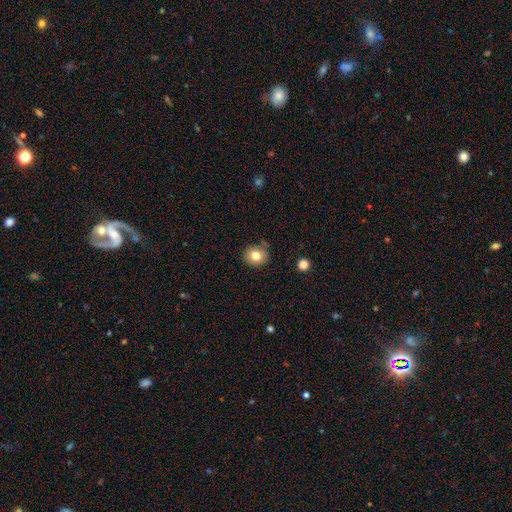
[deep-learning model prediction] Smooth or featured: smooth — 79% (featured or disk — 11%)
How rounded: round — 81% (in between — 18%)
Merging: none — 81% (minor disturbance — 13%)